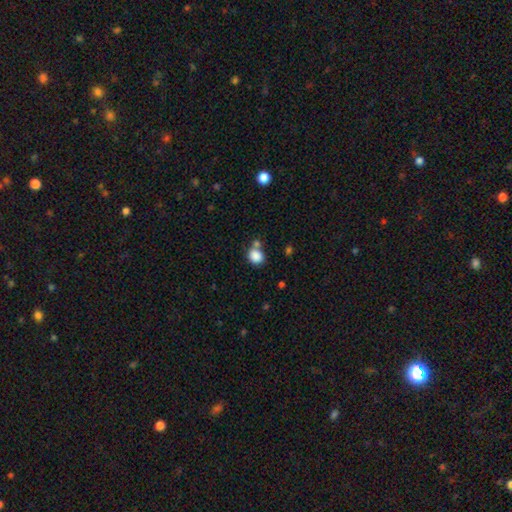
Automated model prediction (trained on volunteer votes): Smooth or featured: smooth — 86% (star or artifact — 10%)
How rounded: round — 69% (in between — 30%)
Merging: none — 59% (merger — 23%)